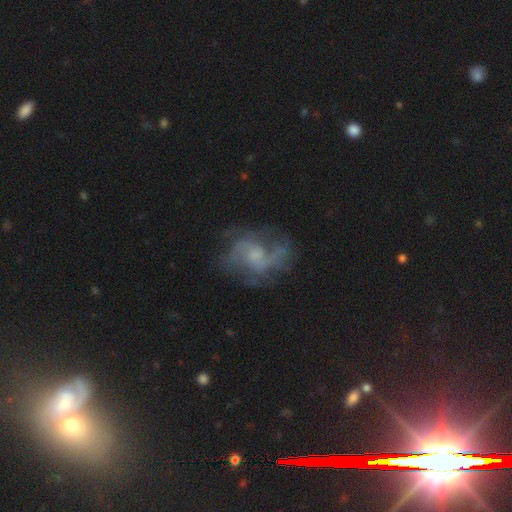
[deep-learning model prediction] A featured or disk galaxy (76%) with no bar (59%), 2 (57%) medium (45%) spiral arms (86%) and a small central bulge (40%).

Vote fractions:
- Smooth or featured? featured or disk: 76% / smooth: 15% / star or artifact: 10%
- Edge-on disk? no: 97% / yes: 3%
- Bar? no: 59% / weak: 35% / strong: 5%
- Spiral arms? yes: 86% / no: 14%
- Spiral winding? medium: 45% / loose: 40% / tight: 16%
- Spiral arm count? 2: 57% / can't tell: 19% / 3: 12% / 1: 5% / 4: 4% / more than 4: 3%
- Bulge size? small: 40% / moderate: 31% / none: 22% / large: 5% / dominant: 1%
- Merging? none: 61% / minor disturbance: 18% / major disturbance: 18% / merger: 3%